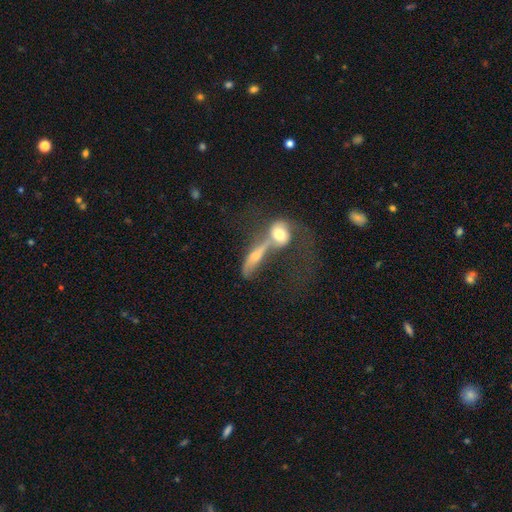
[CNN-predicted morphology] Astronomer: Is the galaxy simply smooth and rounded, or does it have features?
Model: smooth — 53% (runner-up: featured or disk, 39%).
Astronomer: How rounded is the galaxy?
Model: cigar-shaped — 45% (runner-up: in between, 40%).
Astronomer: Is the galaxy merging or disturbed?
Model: merger — 61%.